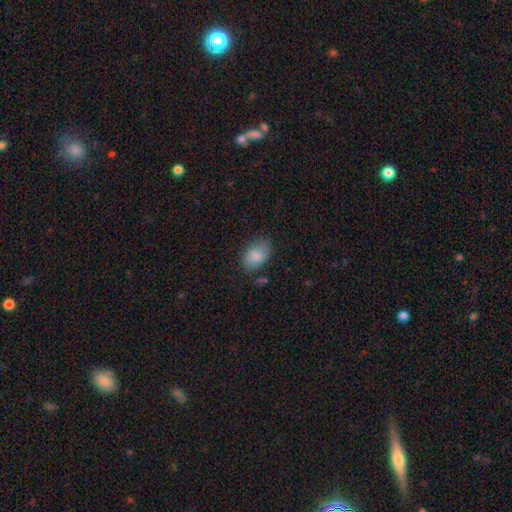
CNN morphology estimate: This is clearly a smooth galaxy (83%). How rounded: clearly in between (87%). Merging: likely none (72%).